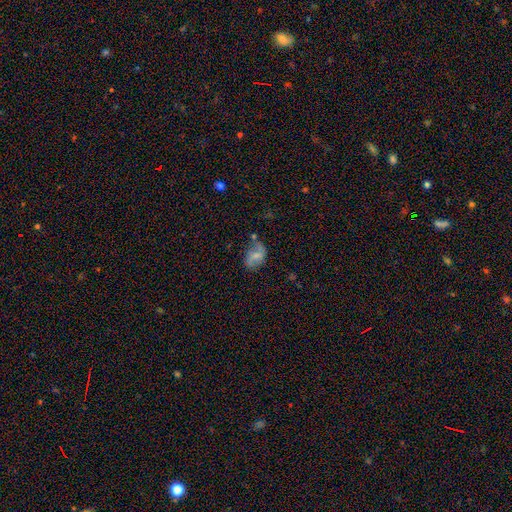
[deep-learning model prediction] Q: Smooth or featured?
A: featured or disk (48%); runner-up: smooth (42%)
Q: Merging?
A: none (52%); runner-up: minor disturbance (27%)